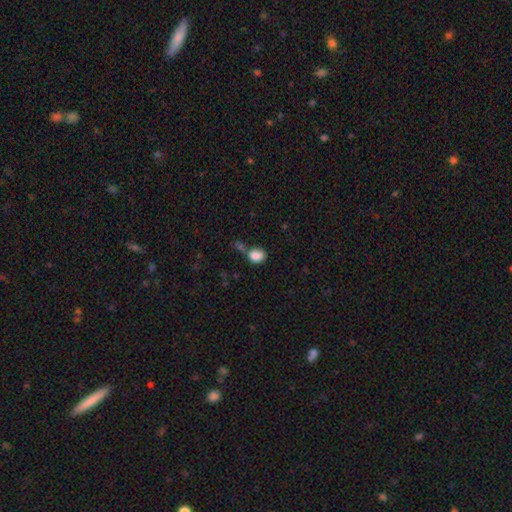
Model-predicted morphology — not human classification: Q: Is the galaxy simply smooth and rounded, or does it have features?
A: smooth — 84%.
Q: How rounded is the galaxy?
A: in between — 57%.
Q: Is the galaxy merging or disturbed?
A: none — 41%.